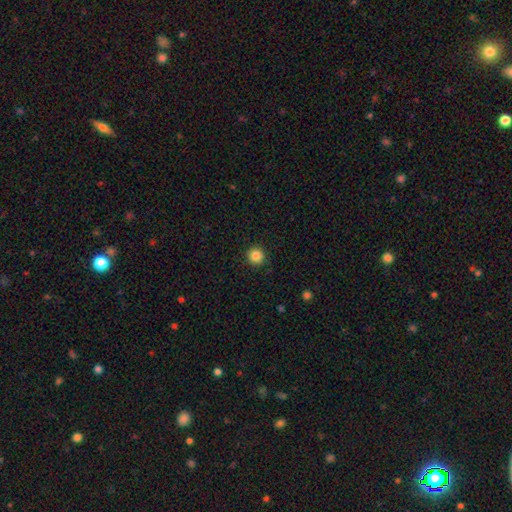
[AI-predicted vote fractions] A smooth galaxy with no disk features (85%) that is round (95%). Merging: none (92%).